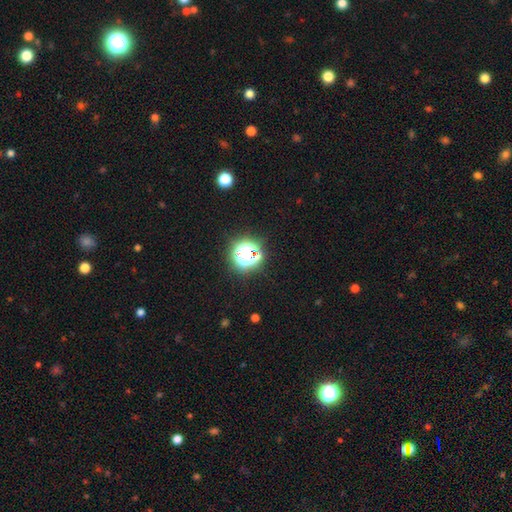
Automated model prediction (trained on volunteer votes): Q: Smooth or featured?
A: star or artifact (55%); runner-up: smooth (34%)